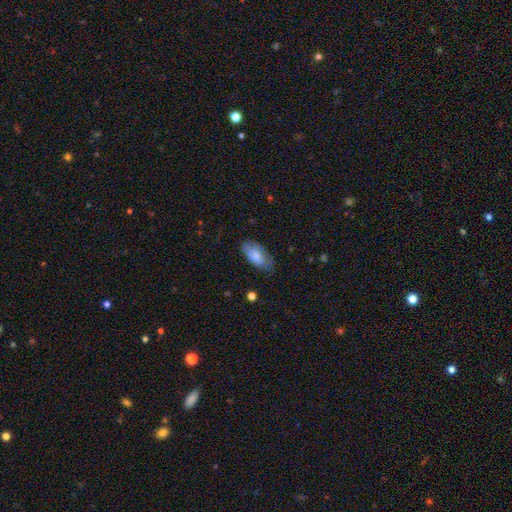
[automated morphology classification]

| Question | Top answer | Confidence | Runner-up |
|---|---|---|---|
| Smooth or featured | smooth | 70% | featured or disk (24%) |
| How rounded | in between | 93% | cigar-shaped (5%) |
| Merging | none | 68% | minor disturbance (24%) |